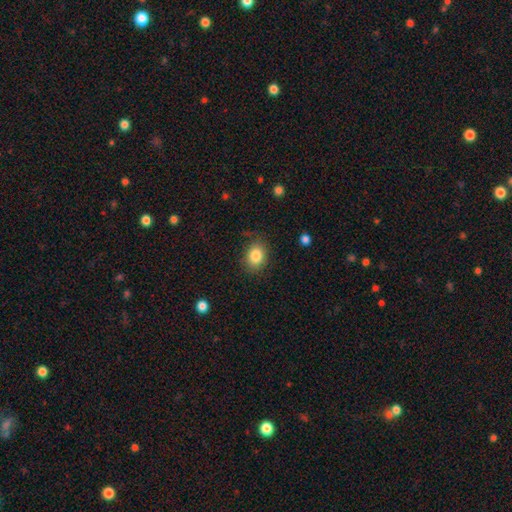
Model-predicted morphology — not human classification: A smooth galaxy with no disk features (85%) that is in between round and cigar-shaped (56%). Merging: none (82%).